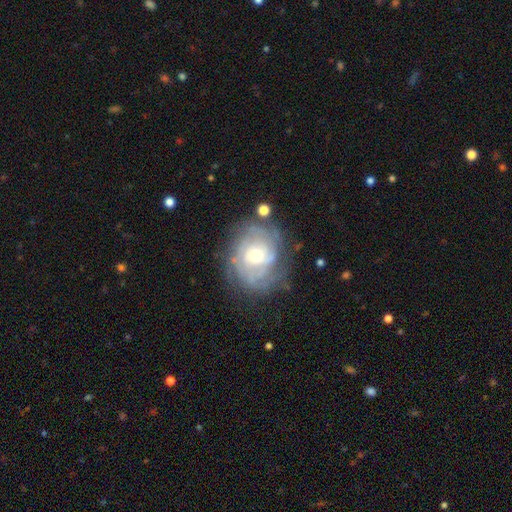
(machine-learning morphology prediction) Smooth or featured: featured or disk — 77% (smooth — 16%)
Edge-on disk: no — 97% (yes — 3%)
Bar: no — 71% (weak — 24%)
Spiral arms: yes — 86% (no — 14%)
Spiral winding: tight — 66% (medium — 25%)
Spiral arm count: can't tell — 51% (2 — 14%)
Bulge size: moderate — 54% (small — 40%)
Merging: none — 66% (minor disturbance — 20%)